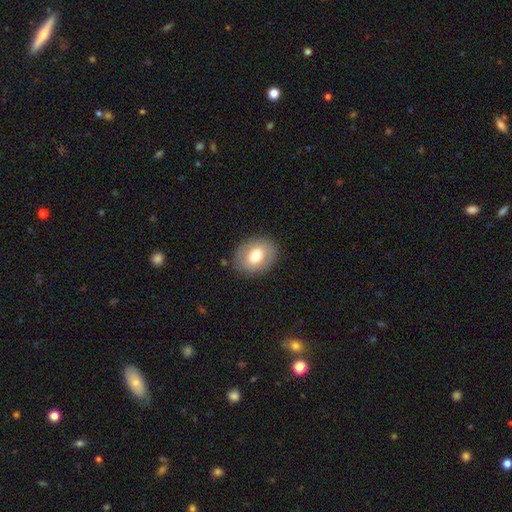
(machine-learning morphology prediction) Q: Smooth or featured?
A: smooth (70%); runner-up: featured or disk (22%)
Q: How rounded?
A: in between (52%); runner-up: round (47%)
Q: Merging?
A: none (85%); runner-up: minor disturbance (10%)